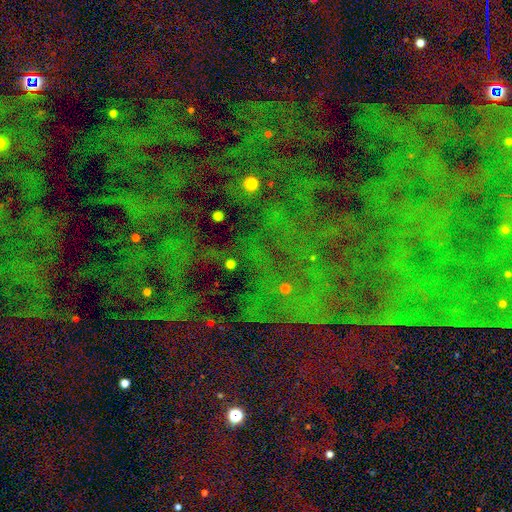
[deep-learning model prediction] A star or artifact, not a galaxy (77%).

Vote fractions:
- Smooth or featured? star or artifact: 77% / smooth: 13% / featured or disk: 10%